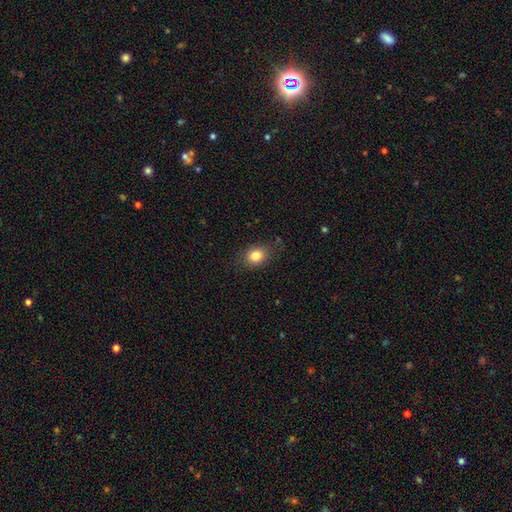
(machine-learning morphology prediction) Overall: smooth (82%). How rounded: round (52%; in between 47%). Merging: none (79%).